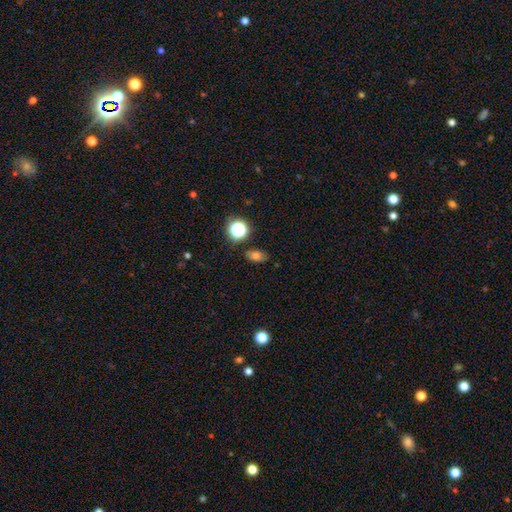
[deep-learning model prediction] Overall: smooth (67%). How rounded: in between (74%). Merging: none (82%).